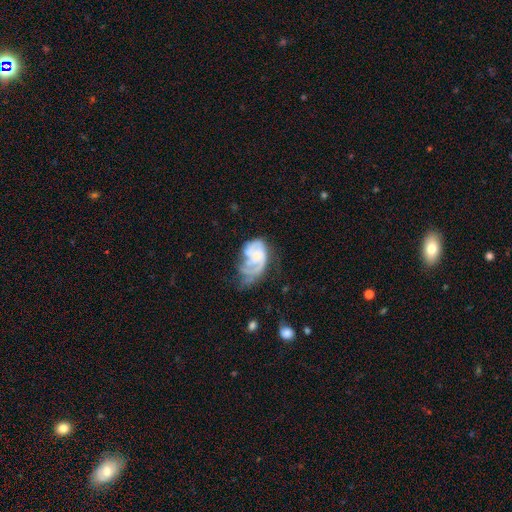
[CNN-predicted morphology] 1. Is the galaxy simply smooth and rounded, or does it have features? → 73% featured or disk, 20% smooth, 7% star or artifact.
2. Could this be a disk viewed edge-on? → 98% no, 2% yes.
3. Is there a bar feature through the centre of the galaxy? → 72% no, 24% weak, 4% strong.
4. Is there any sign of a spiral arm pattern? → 82% yes, 18% no.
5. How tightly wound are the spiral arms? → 42% tight, 37% medium, 21% loose.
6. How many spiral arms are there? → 32% 2, 28% can't tell, 16% 1, 16% 3, 4% 4, 3% more than 4.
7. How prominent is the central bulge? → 53% small, 26% moderate, 16% none, 3% large, 2% dominant.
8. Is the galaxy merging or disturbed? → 40% major disturbance, 25% none, 25% minor disturbance, 10% merger.